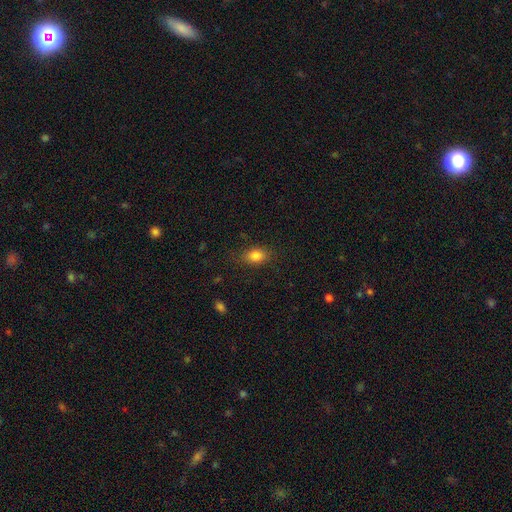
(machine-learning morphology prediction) smooth_or_featured: smooth (p=0.83) [alt: star or artifact p=0.10]
how_rounded: in between (p=0.80) [alt: round p=0.17]
merging: none (p=0.82) [alt: minor disturbance p=0.13]